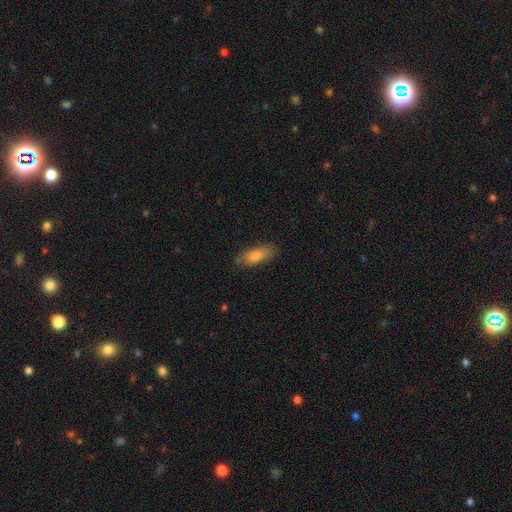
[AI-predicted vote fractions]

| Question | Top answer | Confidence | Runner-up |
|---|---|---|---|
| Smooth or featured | smooth | 76% | featured or disk (17%) |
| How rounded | in between | 78% | cigar-shaped (20%) |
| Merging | none | 77% | minor disturbance (18%) |